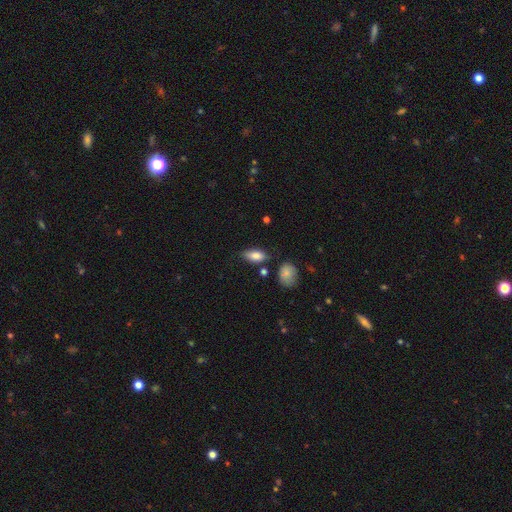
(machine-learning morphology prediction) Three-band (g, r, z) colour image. It shows a smooth galaxy with no disk features (80%) that is in between round and cigar-shaped (86%). Merging: none (73%).